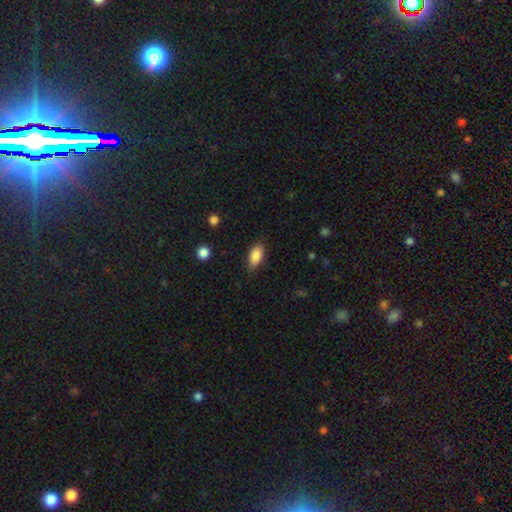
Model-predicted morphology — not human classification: Smooth or featured? smooth (86%)
How rounded? in between (90%)
Merging? none (80%)